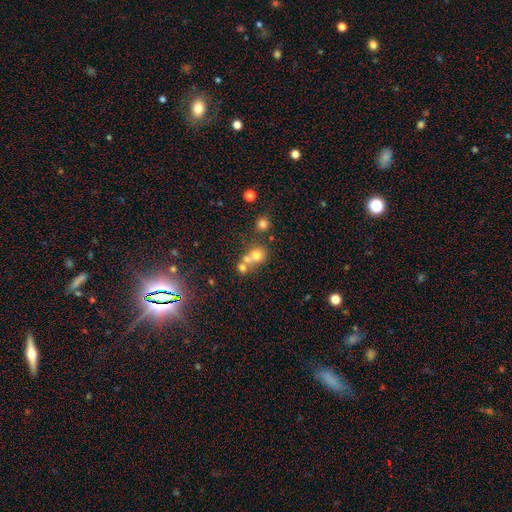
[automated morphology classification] smooth-or-featured: smooth: 67% | featured or disk: 16% | star or artifact: 16%
  how-rounded: round: 79% | in between: 20% | cigar-shaped: 1%
  merging: merger: 50% | none: 39% | minor disturbance: 8% | major disturbance: 4%